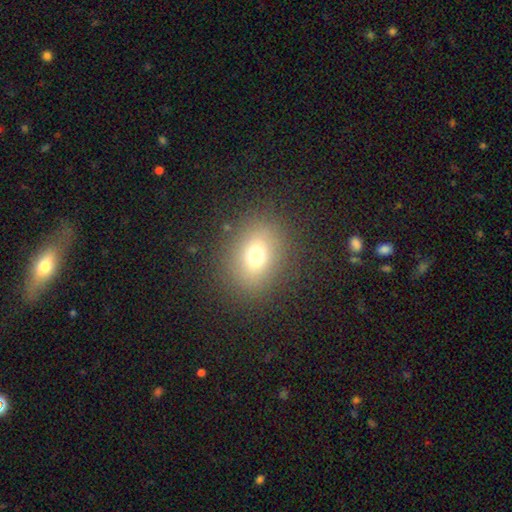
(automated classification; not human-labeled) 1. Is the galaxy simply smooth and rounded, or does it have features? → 71% smooth, 15% star or artifact, 13% featured or disk.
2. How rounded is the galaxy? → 54% in between, 45% round, 1% cigar-shaped.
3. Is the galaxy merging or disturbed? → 85% none, 9% minor disturbance, 5% major disturbance, 1% merger.